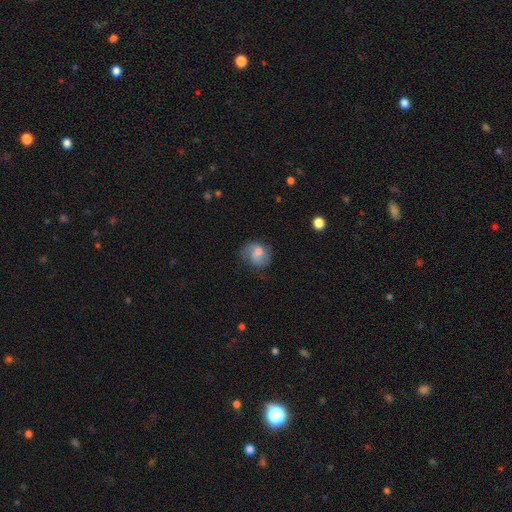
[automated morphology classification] Overall: smooth (56%; featured or disk 35%). How rounded: round (65%; in between 34%). Merging: none (58%; minor disturbance 27%).